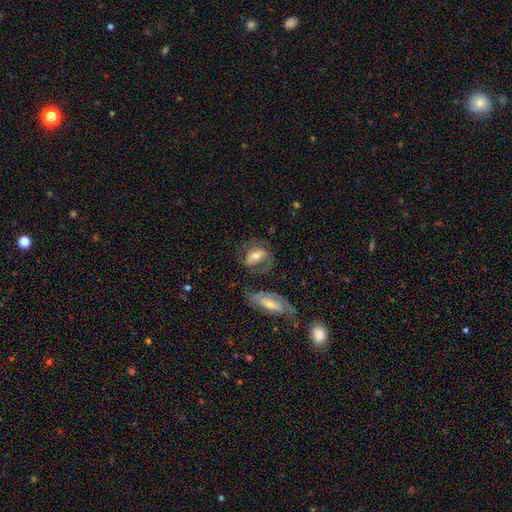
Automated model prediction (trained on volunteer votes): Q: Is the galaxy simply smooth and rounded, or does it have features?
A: featured or disk — 58%.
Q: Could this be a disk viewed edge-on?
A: no — 92%.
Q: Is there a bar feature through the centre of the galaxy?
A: no — 34%.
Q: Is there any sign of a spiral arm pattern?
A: yes — 73%.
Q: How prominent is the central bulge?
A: moderate — 63%.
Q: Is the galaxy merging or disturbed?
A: none — 56%.